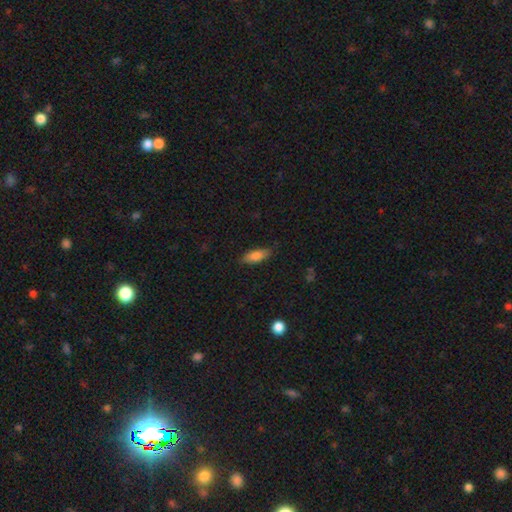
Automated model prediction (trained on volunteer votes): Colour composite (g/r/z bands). It shows a smooth galaxy with no disk features (82%) that is in between round and cigar-shaped (67%). Merging: none (85%).